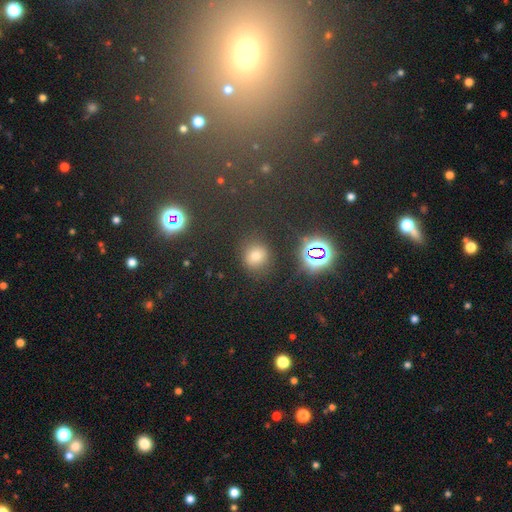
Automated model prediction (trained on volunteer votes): Smooth or featured?
  - smooth: 66% *
  - star or artifact: 26%
  - featured or disk: 8%
How rounded?
  - round: 83% *
  - in between: 16%
  - cigar-shaped: 1%
Merging?
  - none: 83% *
  - minor disturbance: 10%
  - major disturbance: 4%
  - merger: 3%